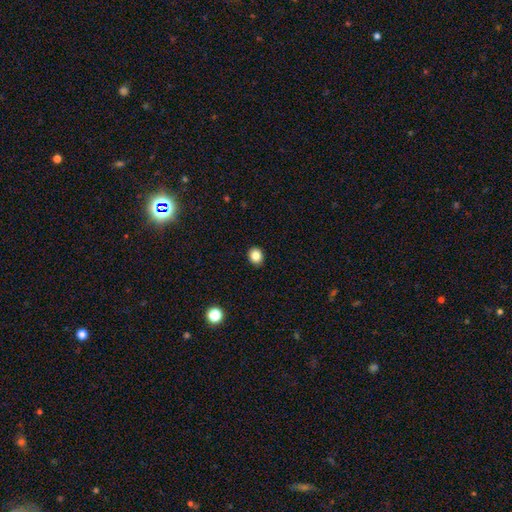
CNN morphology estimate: A smooth galaxy with no disk features (84%) that is round (64%). Merging: none (91%).